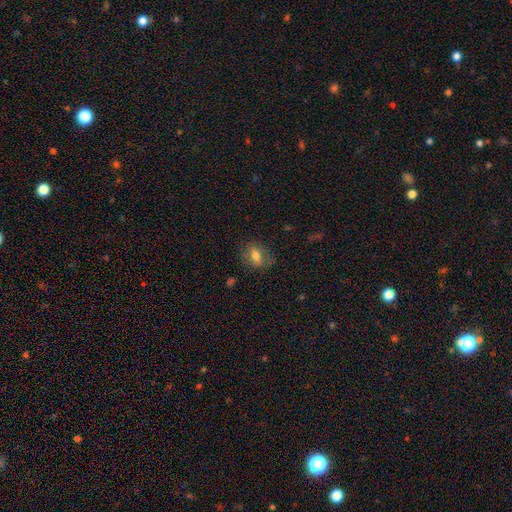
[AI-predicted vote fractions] Morphology: type=smooth (63%); roundness=in between (70%); merging=none (76%).